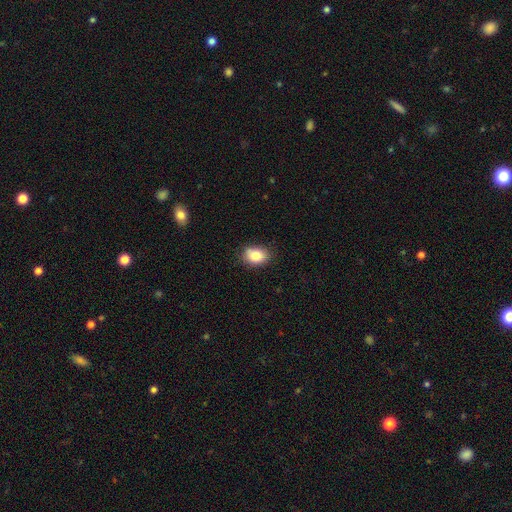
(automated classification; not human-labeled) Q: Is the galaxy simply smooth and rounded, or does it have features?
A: smooth — 82%.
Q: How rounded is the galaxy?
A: in between — 66%.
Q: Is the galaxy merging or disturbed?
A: none — 79%.